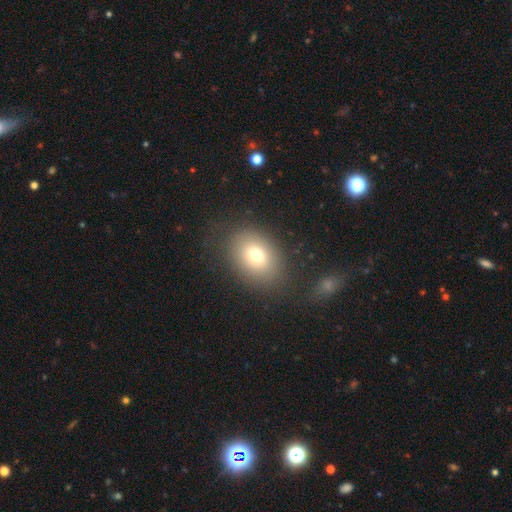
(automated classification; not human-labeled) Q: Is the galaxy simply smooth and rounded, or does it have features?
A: smooth — 73%.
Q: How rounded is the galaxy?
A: in between — 61%.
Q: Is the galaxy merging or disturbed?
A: none — 79%.